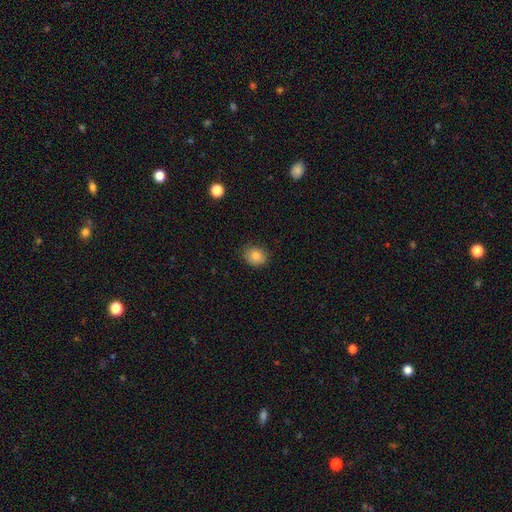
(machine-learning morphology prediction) The model was most divided on "how rounded": round: 68%, in between: 31%, cigar-shaped: 1%. More confident: merging — none (82%); smooth or featured — smooth (82%).